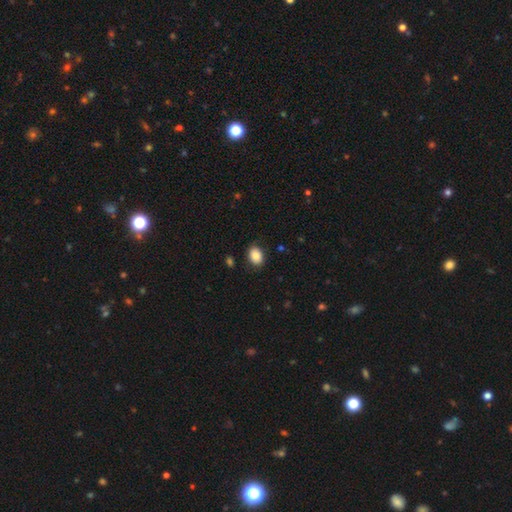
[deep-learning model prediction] A smooth galaxy with no disk features (86%) that is in between round and cigar-shaped (76%). Merging: none (84%).